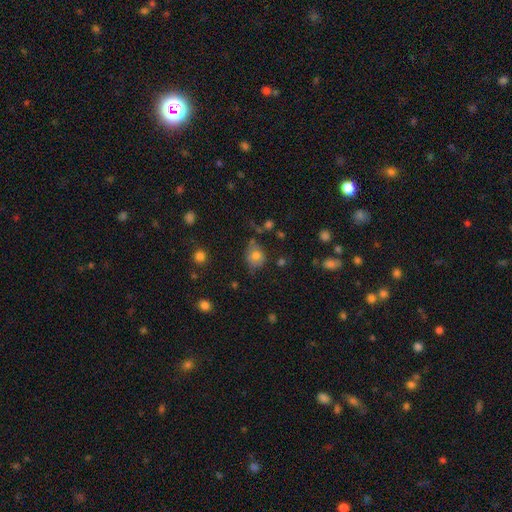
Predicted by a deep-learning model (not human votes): A smooth galaxy with no disk features (76%) that is round (61%).

Vote fractions:
- Smooth or featured? smooth: 76% / featured or disk: 13% / star or artifact: 12%
- How rounded? round: 61% / in between: 38% / cigar-shaped: 1%
- Merging? none: 60% / minor disturbance: 26% / major disturbance: 8% / merger: 6%